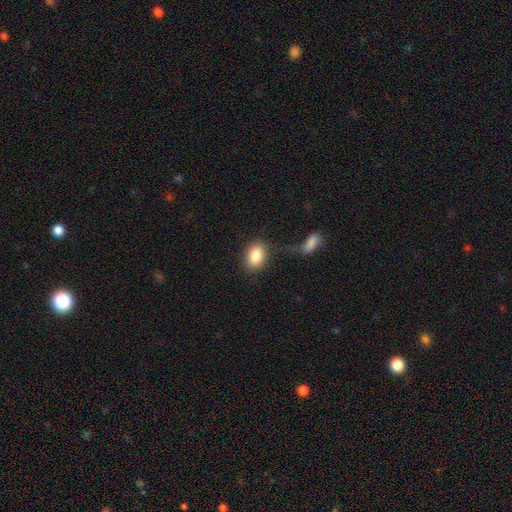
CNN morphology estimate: Smooth or featured? smooth (86%)
How rounded? in between (79%)
Merging? none (71%)